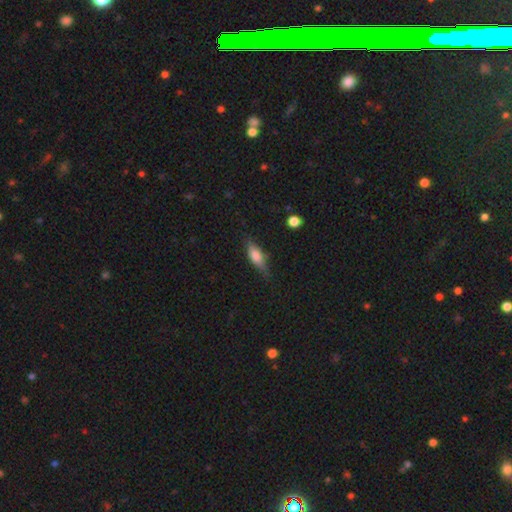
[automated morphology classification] This appears to be a smooth galaxy with no disk features (62%) that is in between round and cigar-shaped (62%). Merging: none (68%).